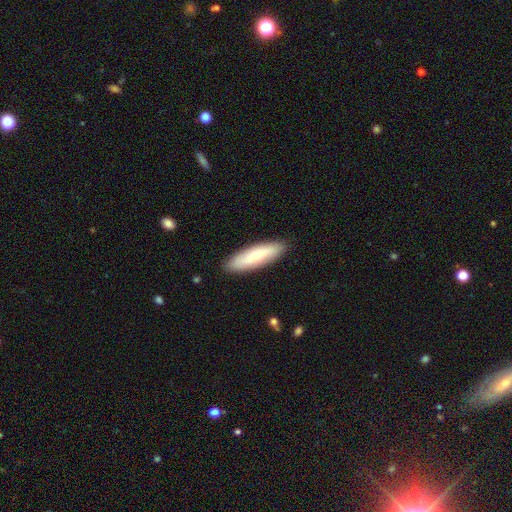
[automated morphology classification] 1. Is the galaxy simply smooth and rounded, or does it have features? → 65% smooth, 30% featured or disk, 5% star or artifact.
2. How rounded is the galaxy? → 64% cigar-shaped, 34% in between, 2% round.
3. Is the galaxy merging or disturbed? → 90% none, 8% minor disturbance, 2% major disturbance, 1% merger.